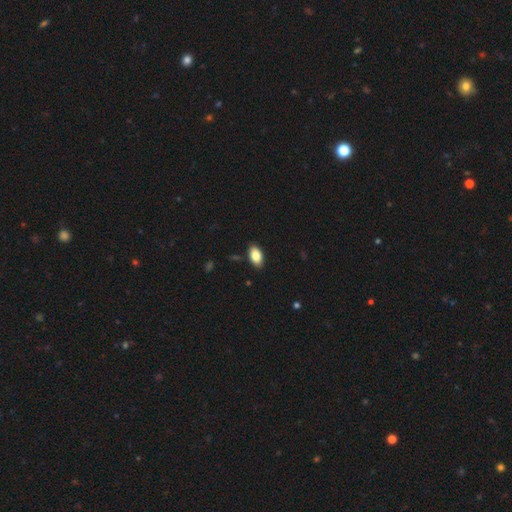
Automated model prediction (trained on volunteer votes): Q: Smooth or featured?
A: smooth (85%); runner-up: featured or disk (8%)
Q: How rounded?
A: in between (93%); runner-up: round (5%)
Q: Merging?
A: none (87%); runner-up: minor disturbance (10%)